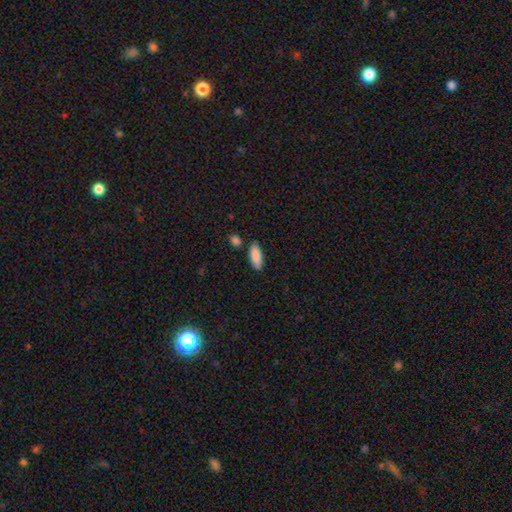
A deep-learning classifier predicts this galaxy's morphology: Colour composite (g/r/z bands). It shows a smooth galaxy with no disk features (87%) that is in between round and cigar-shaped (74%). Merging: none (80%).